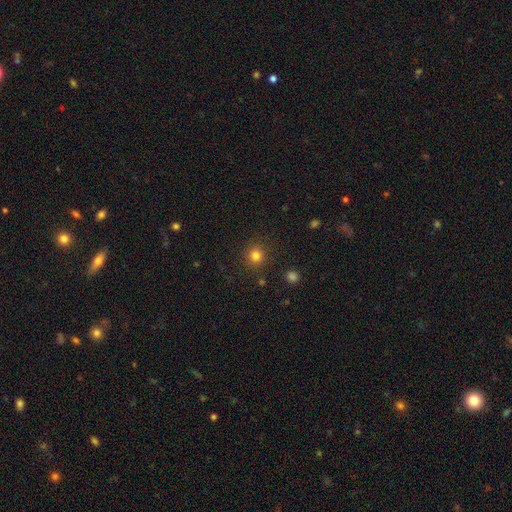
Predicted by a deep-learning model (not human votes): smooth_or_featured: smooth (p=0.81) [alt: star or artifact p=0.14]
how_rounded: round (p=0.93) [alt: in between p=0.06]
merging: none (p=0.89) [alt: minor disturbance p=0.07]